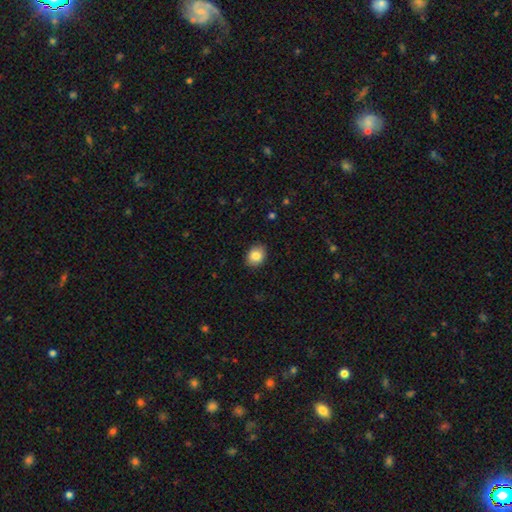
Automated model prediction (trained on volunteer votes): A smooth galaxy with no disk features (85%) that is round (51%). Merging: none (89%).